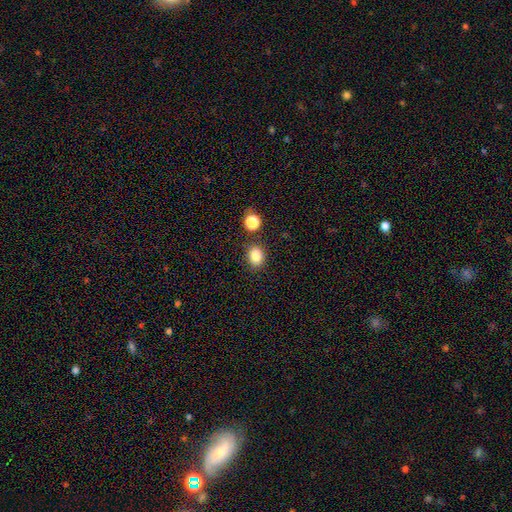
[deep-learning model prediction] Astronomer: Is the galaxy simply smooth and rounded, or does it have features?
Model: smooth — 84%.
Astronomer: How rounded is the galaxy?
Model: in between — 53% (runner-up: round, 45%).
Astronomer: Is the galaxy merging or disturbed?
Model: none — 81%.